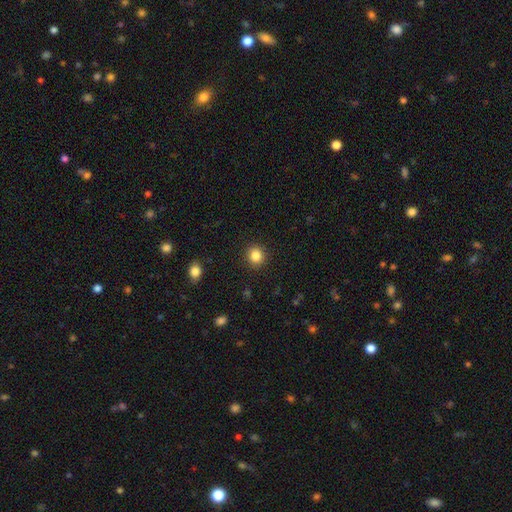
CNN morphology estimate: Overall: smooth (84%). How rounded: round (88%). Merging: none (91%).